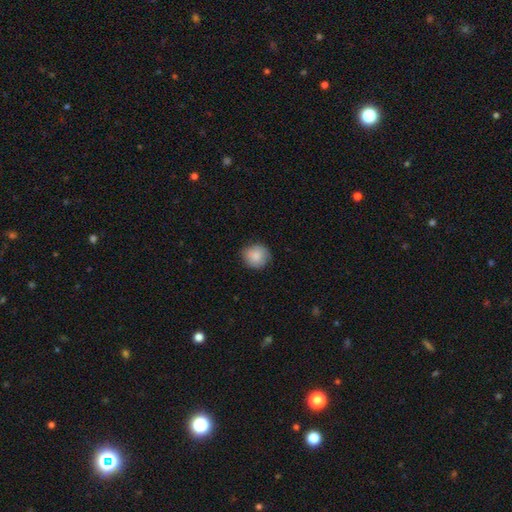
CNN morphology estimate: Smooth or featured: smooth — 85% (star or artifact — 7%)
How rounded: round — 87% (in between — 12%)
Merging: none — 82% (minor disturbance — 14%)